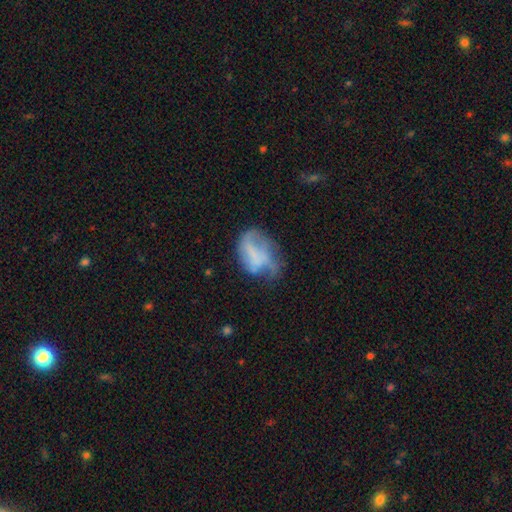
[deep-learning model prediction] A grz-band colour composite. It shows a featured or disk galaxy (45%, tied with smooth). Merging: major disturbance (35%).